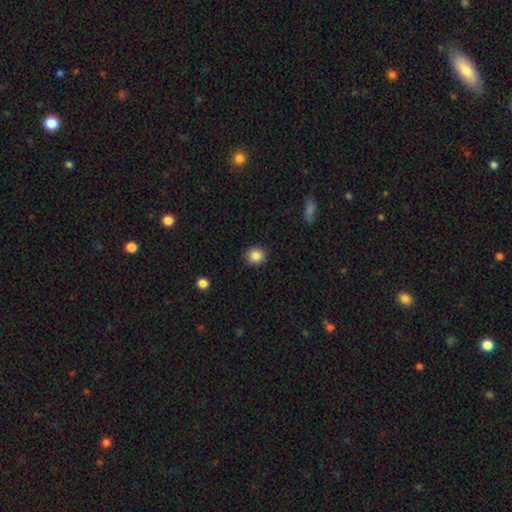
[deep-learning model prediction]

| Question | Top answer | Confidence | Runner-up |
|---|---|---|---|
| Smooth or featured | smooth | 85% | star or artifact (10%) |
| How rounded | round | 86% | in between (13%) |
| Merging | none | 91% | minor disturbance (6%) |